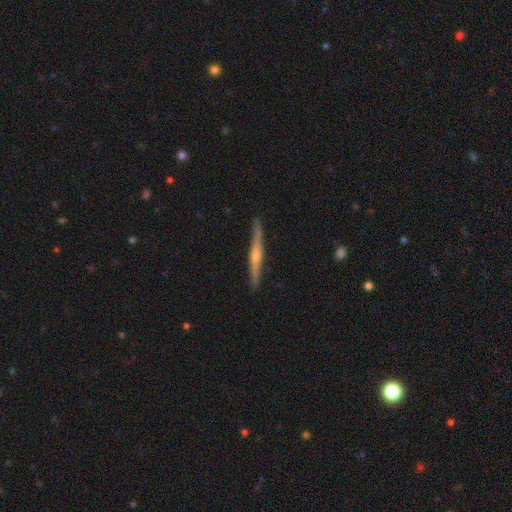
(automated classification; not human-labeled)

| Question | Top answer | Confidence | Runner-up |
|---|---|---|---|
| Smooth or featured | featured or disk | 74% | smooth (19%) |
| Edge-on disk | yes | 97% | no (3%) |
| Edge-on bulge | rounded | 82% | none (13%) |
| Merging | none | 90% | minor disturbance (7%) |